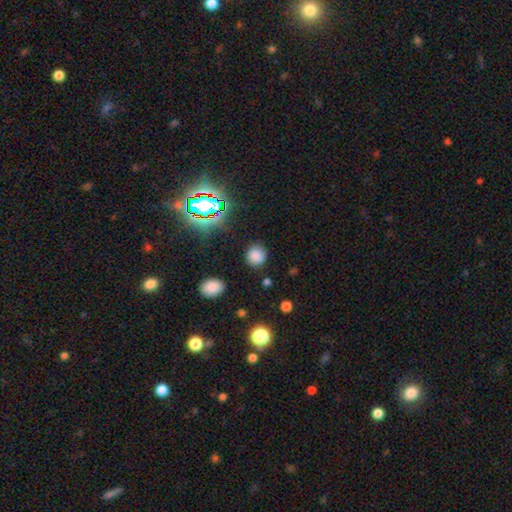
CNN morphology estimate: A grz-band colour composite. It shows a smooth galaxy with no disk features (77%) that is round (87%). Merging: none (85%).